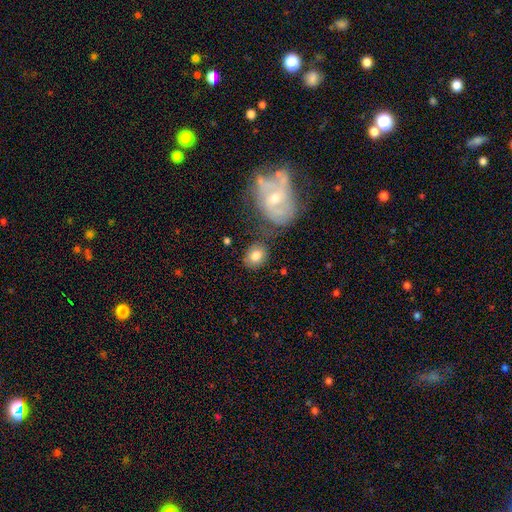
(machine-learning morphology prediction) Smooth or featured? Predicted: smooth (p=0.75). How rounded? Predicted: round (p=0.59). Merging? Predicted: none (p=0.70).